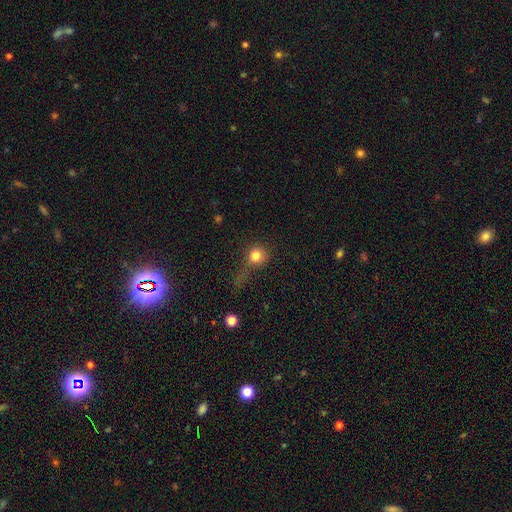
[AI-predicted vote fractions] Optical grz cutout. It shows a smooth galaxy with no disk features (78%) that is round (89%). Merging: none (50%).